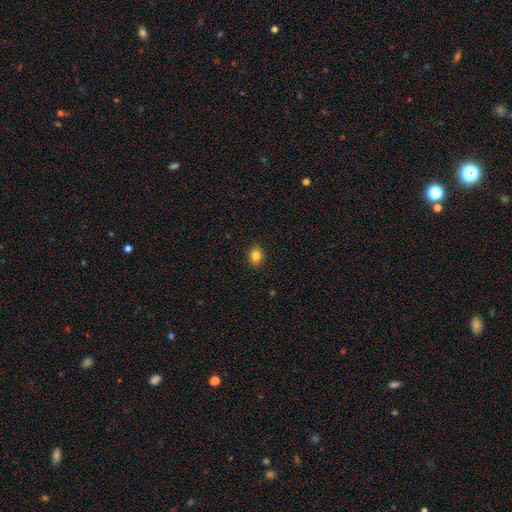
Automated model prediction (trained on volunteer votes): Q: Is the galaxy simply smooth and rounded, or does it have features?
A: smooth — 84%.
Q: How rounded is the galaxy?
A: in between — 50%.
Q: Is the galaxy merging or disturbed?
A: none — 90%.